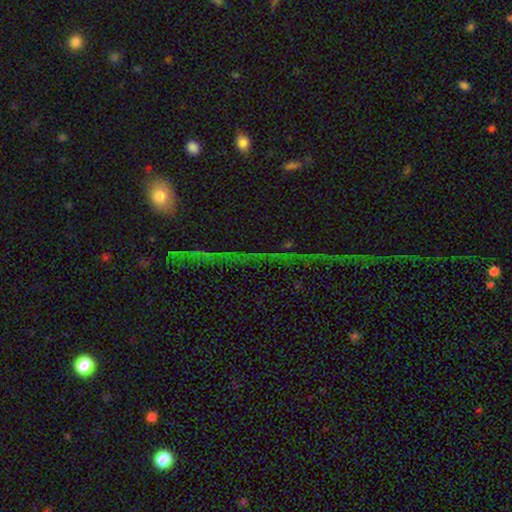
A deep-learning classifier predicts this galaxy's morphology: A star or artifact, not a galaxy (67%).

Vote fractions:
- Smooth or featured? star or artifact: 67% / featured or disk: 17% / smooth: 16%